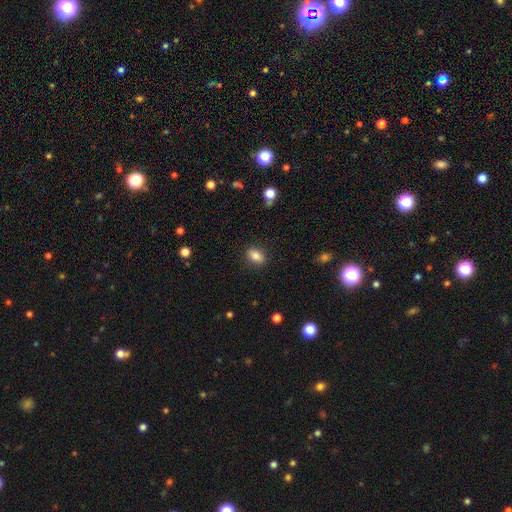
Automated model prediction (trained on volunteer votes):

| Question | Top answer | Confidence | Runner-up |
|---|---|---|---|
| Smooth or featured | smooth | 85% | star or artifact (9%) |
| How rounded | in between | 80% | round (17%) |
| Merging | none | 86% | minor disturbance (10%) |